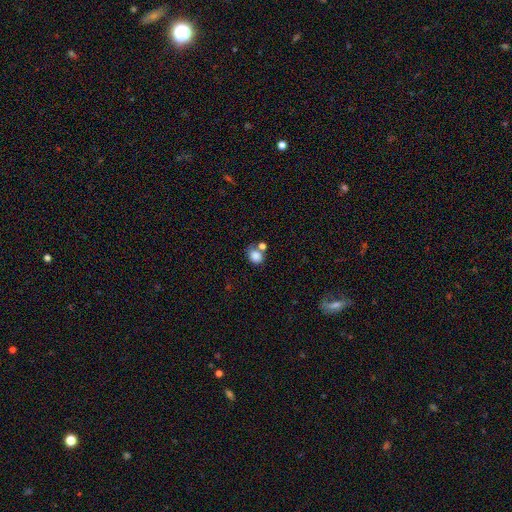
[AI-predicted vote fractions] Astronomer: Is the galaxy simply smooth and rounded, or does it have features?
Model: smooth — 83%.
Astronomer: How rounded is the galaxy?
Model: round — 52% (runner-up: in between, 47%).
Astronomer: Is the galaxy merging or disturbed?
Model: none — 46% (runner-up: merger, 33%).